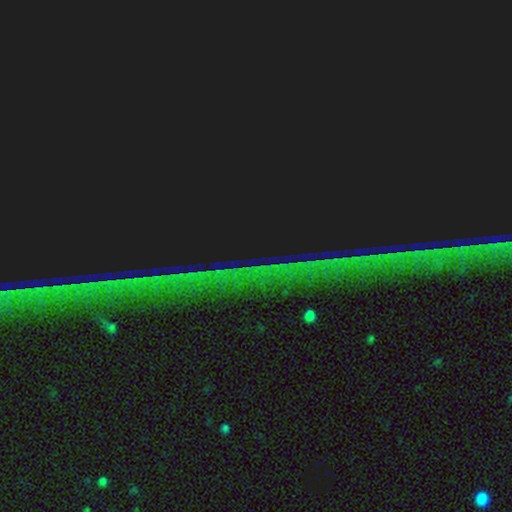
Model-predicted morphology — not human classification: This is clearly a star or artifact rather than a galaxy (86%).